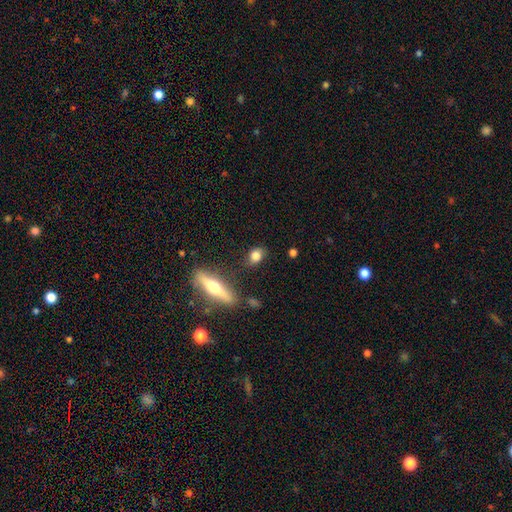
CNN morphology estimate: A smooth galaxy with no disk features (76%) that is in between round and cigar-shaped (61%). Merging: none (76%).